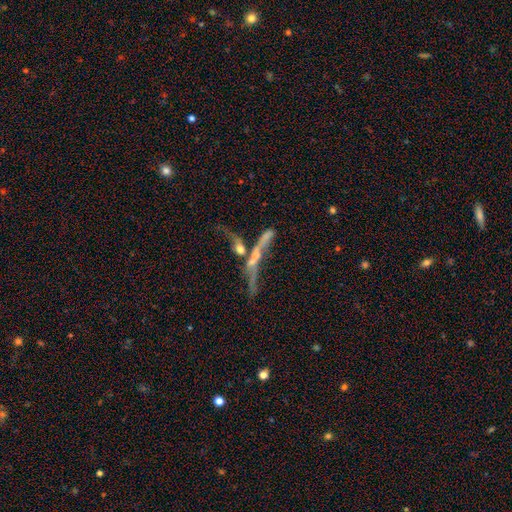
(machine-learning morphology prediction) A featured or disk galaxy (59%). Merging: merger (51%).